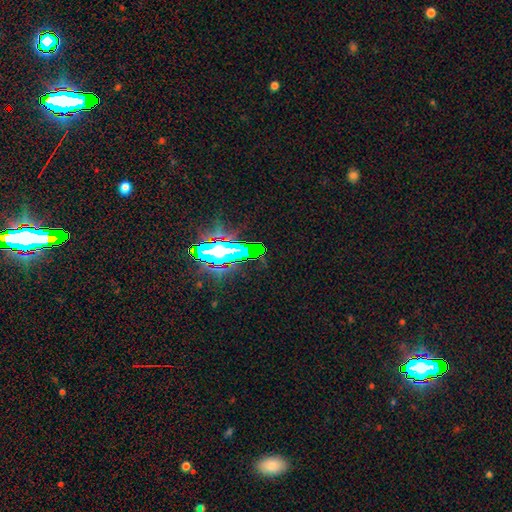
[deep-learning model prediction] Smooth or featured? Predicted: star or artifact (p=0.73).